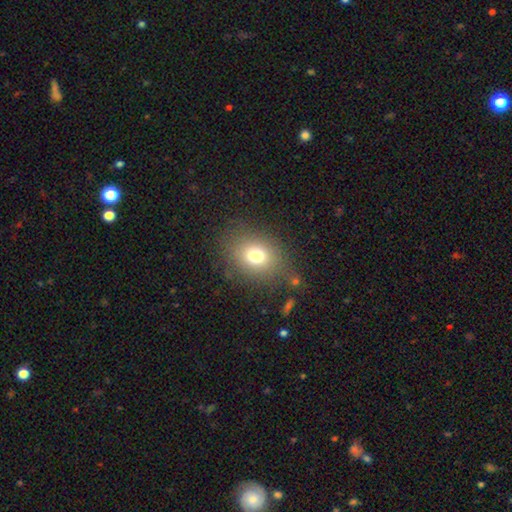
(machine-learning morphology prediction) This is likely a smooth galaxy (75%). How rounded: possibly round (50%). Merging: likely none (76%).